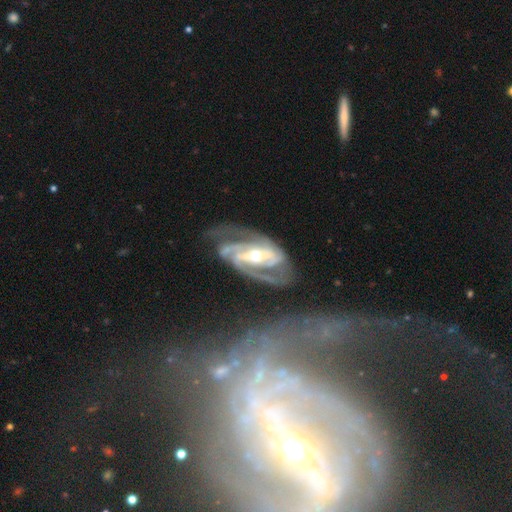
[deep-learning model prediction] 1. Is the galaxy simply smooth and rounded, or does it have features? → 92% featured or disk, 4% star or artifact, 4% smooth.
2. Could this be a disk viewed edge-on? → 96% no, 4% yes.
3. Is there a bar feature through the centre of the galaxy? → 54% strong, 28% weak, 18% no.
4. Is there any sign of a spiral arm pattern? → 98% yes, 2% no.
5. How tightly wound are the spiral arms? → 44% medium, 43% tight, 13% loose.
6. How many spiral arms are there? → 53% 2, 22% 3, 10% can't tell, 6% 4, 4% 1, 4% more than 4.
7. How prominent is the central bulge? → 59% moderate, 36% small, 3% large, 1% none, 1% dominant.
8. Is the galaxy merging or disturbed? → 55% none, 21% minor disturbance, 18% major disturbance, 7% merger.